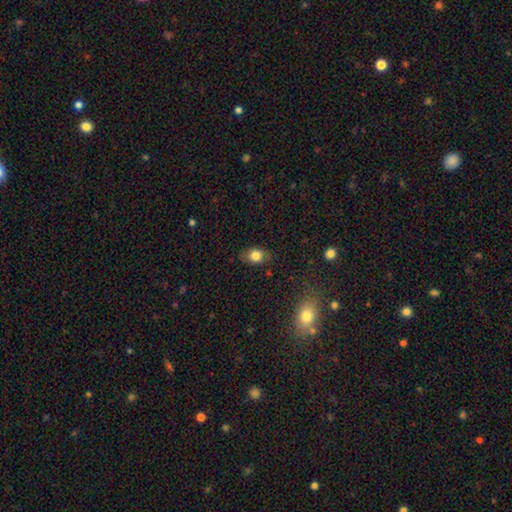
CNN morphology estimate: The model was most divided on "how rounded": in between: 62%, round: 36%, cigar-shaped: 2%. More confident: smooth or featured — smooth (81%); merging — none (79%).